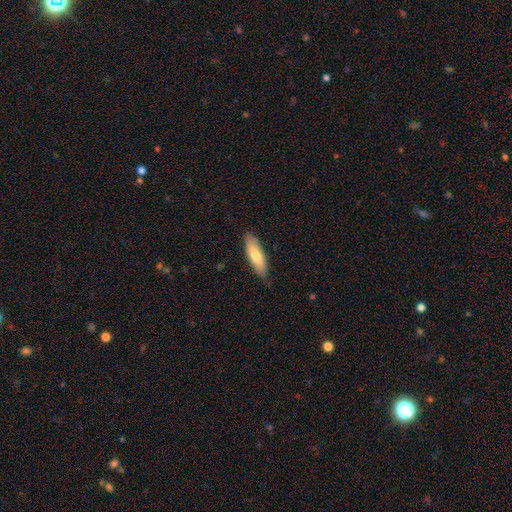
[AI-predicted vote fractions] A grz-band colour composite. It shows a smooth galaxy with no disk features (71%) that is cigar-shaped (50%). Merging: none (81%).